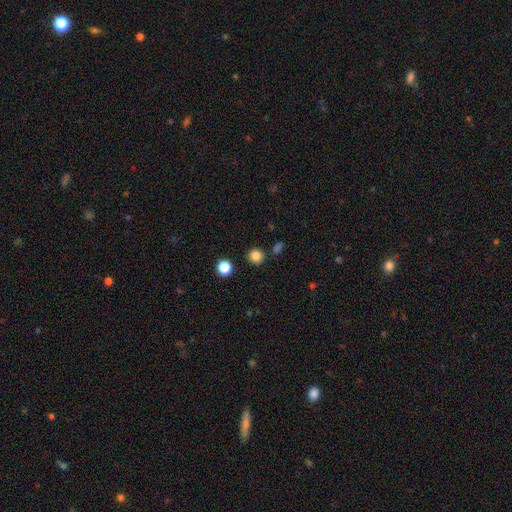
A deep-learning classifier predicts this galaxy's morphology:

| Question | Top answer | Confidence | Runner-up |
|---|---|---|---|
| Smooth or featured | smooth | 84% | star or artifact (12%) |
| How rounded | round | 91% | in between (8%) |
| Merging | none | 87% | minor disturbance (7%) |